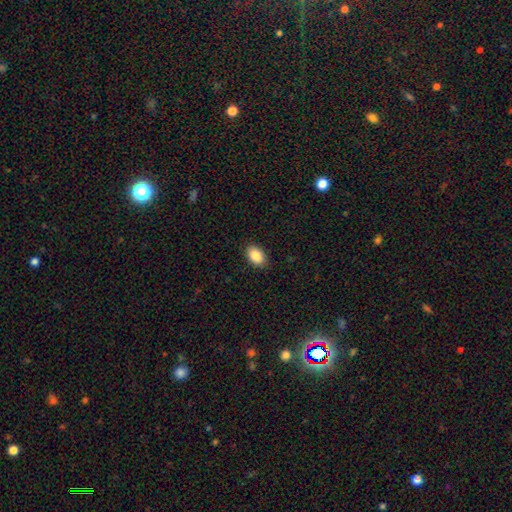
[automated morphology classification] This appears to be a smooth galaxy with no disk features (89%) that is in between round and cigar-shaped (87%). Merging: none (88%).